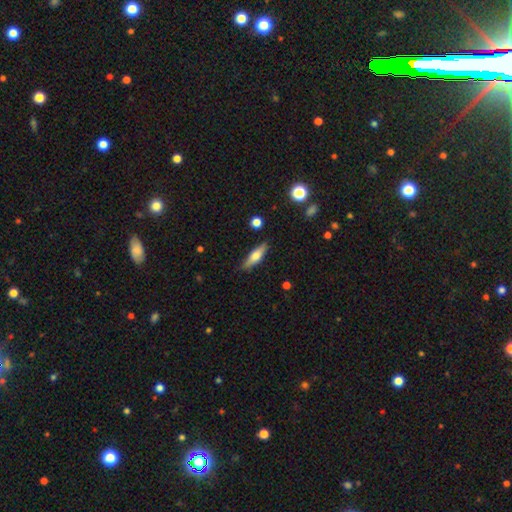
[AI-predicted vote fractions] Q: Smooth or featured?
A: smooth (55%); runner-up: featured or disk (38%)
Q: How rounded?
A: cigar-shaped (61%); runner-up: in between (36%)
Q: Merging?
A: none (85%); runner-up: minor disturbance (11%)